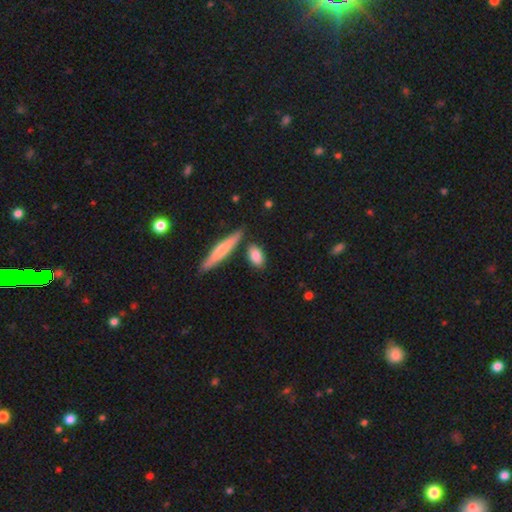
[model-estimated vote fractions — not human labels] The model was most divided on "how rounded": in between: 76%, cigar-shaped: 18%, round: 6%. More confident: smooth or featured — smooth (83%); merging — none (76%).